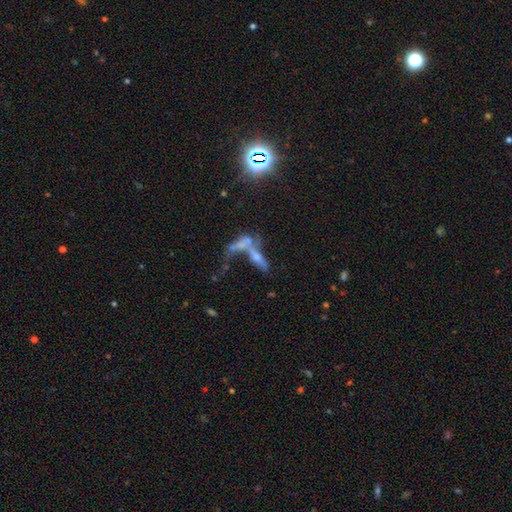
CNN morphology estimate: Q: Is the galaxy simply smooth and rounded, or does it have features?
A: featured or disk — 43%.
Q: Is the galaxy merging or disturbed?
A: merger — 55%.